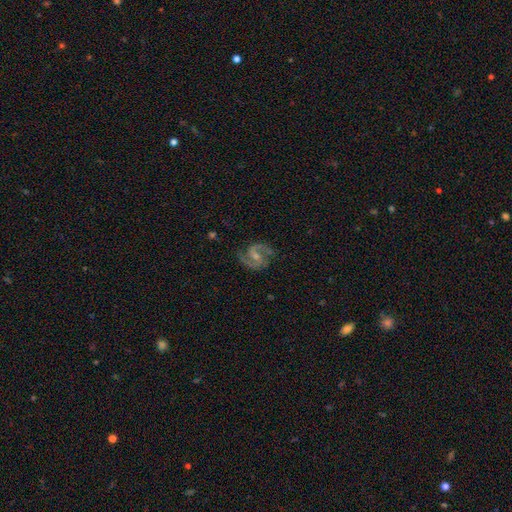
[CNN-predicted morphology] Smooth or featured: featured or disk — 90% (smooth — 5%)
Edge-on disk: no — 98% (yes — 2%)
Bar: weak — 50% (no — 37%)
Spiral arms: yes — 98% (no — 2%)
Spiral winding: medium — 63% (loose — 19%)
Spiral arm count: 2 — 93% (can't tell — 2%)
Bulge size: small — 51% (moderate — 39%)
Merging: none — 77% (minor disturbance — 16%)